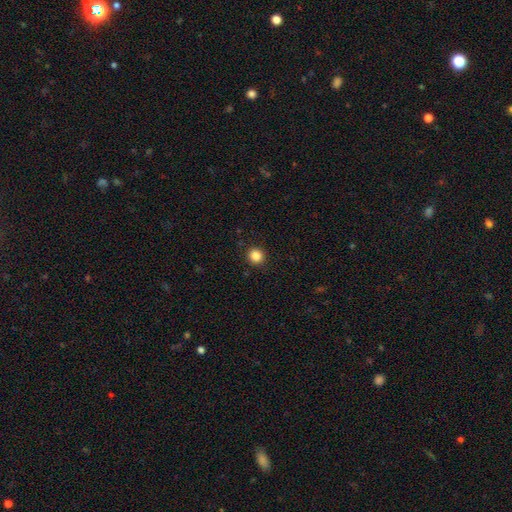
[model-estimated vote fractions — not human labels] Overall: smooth (86%). How rounded: round (91%). Merging: none (92%).